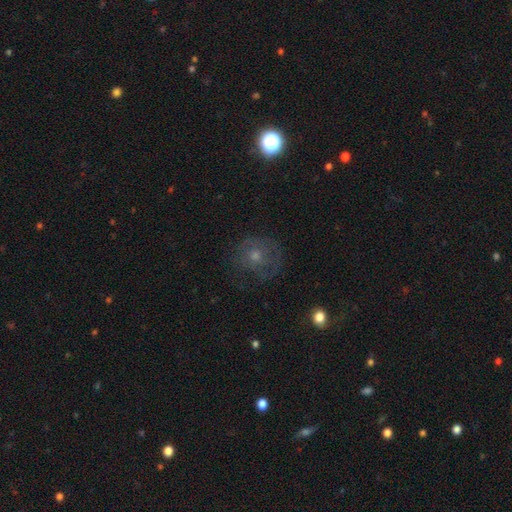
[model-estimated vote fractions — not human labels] Smooth or featured? Predicted: featured or disk (p=0.43). Merging? Predicted: none (p=0.63).